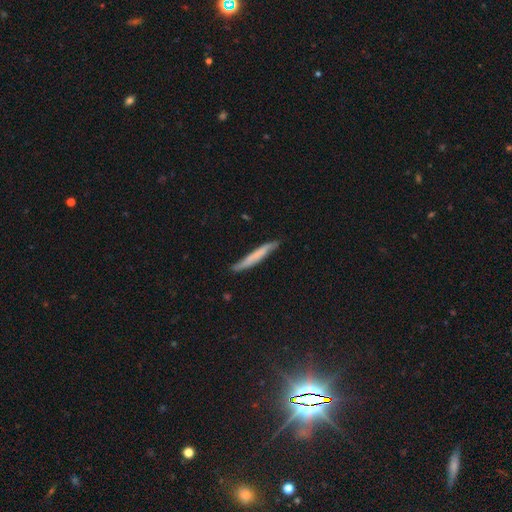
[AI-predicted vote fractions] This appears to be a smooth galaxy with no disk features (60%) that is cigar-shaped (95%). Merging: none (81%).